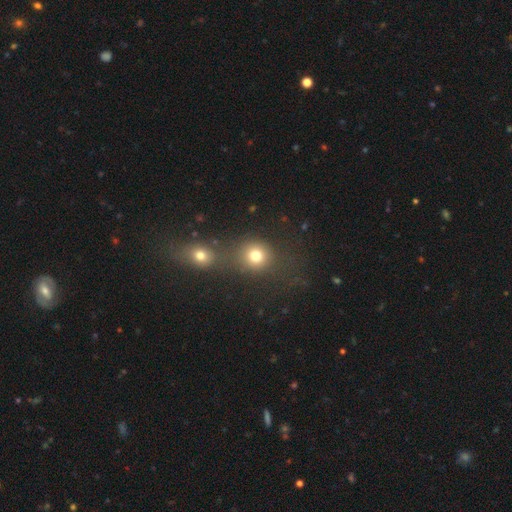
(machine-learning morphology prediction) type=smooth (76%); roundness=round (82%); merging=none (53%).